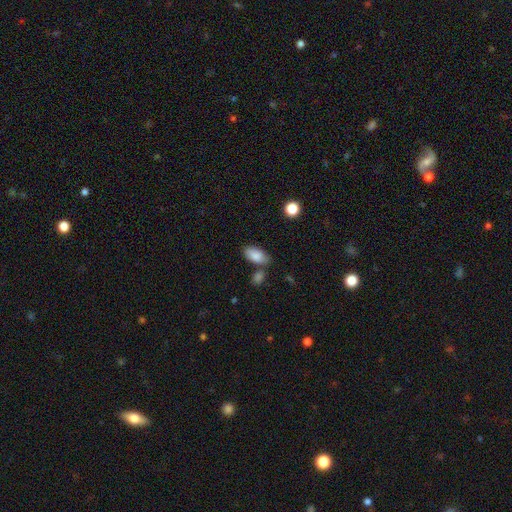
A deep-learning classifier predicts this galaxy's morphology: Overall: smooth (86%). How rounded: in between (93%). Merging: none (68%).